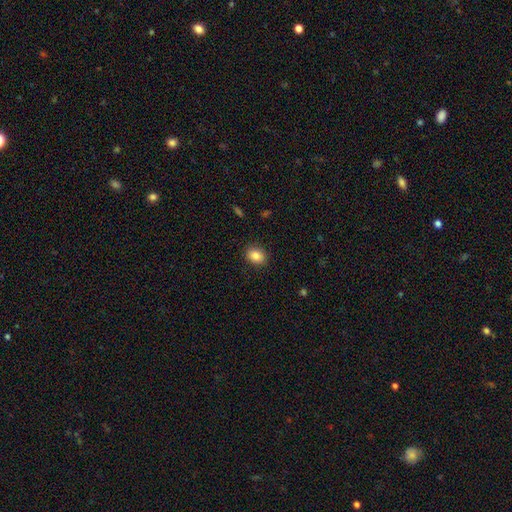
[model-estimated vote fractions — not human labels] smooth-or-featured: smooth: 85% | star or artifact: 9% | featured or disk: 6%
  how-rounded: in between: 52% | round: 47% | cigar-shaped: 1%
  merging: none: 89% | minor disturbance: 8% | major disturbance: 2% | merger: 1%